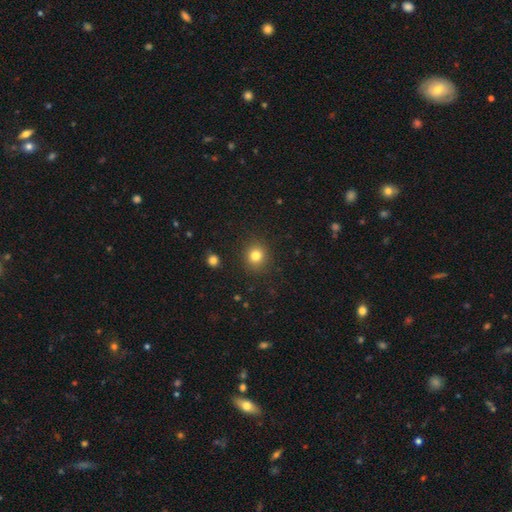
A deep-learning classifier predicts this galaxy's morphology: type=smooth (81%); roundness=round (87%); merging=none (90%).